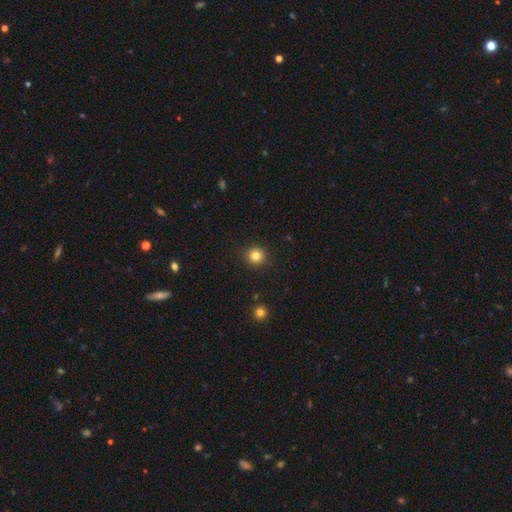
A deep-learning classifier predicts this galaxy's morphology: A smooth galaxy with no disk features (82%) that is round (93%).

Vote fractions:
- Smooth or featured? smooth: 82% / star or artifact: 12% / featured or disk: 6%
- How rounded? round: 93% / in between: 6% / cigar-shaped: 1%
- Merging? none: 92% / minor disturbance: 5% / major disturbance: 2% / merger: 1%